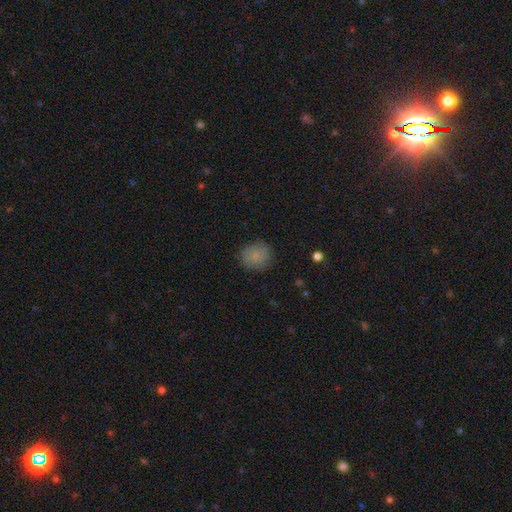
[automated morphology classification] The model was most divided on "how rounded": round: 80%, in between: 19%, cigar-shaped: 1%. More confident: merging — none (83%); smooth or featured — smooth (82%).